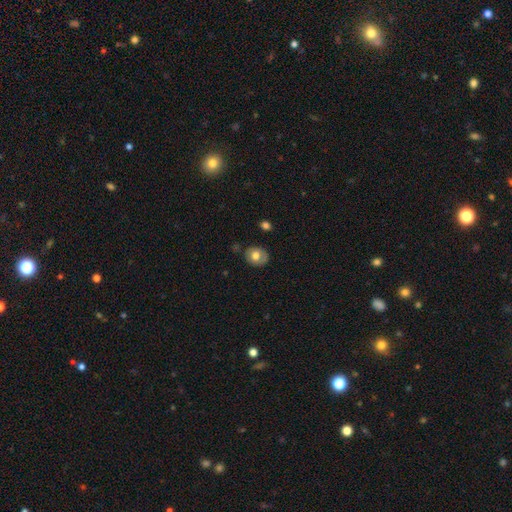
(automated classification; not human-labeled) Smooth or featured? Predicted: smooth (p=0.66). How rounded? Predicted: round (p=0.56). Merging? Predicted: none (p=0.79).